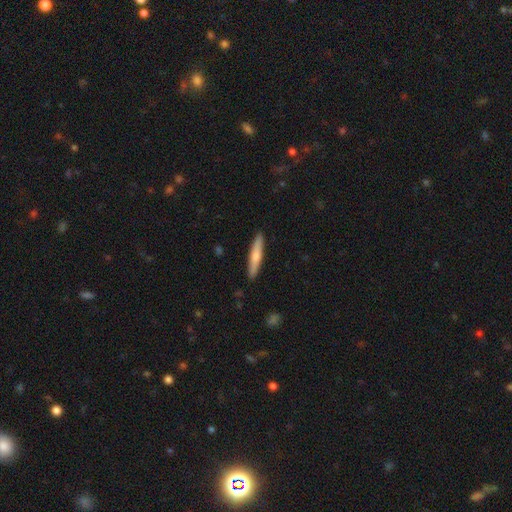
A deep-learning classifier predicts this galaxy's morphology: Smooth or featured? Predicted: smooth (p=0.59). How rounded? Predicted: cigar-shaped (p=0.92). Merging? Predicted: none (p=0.91).